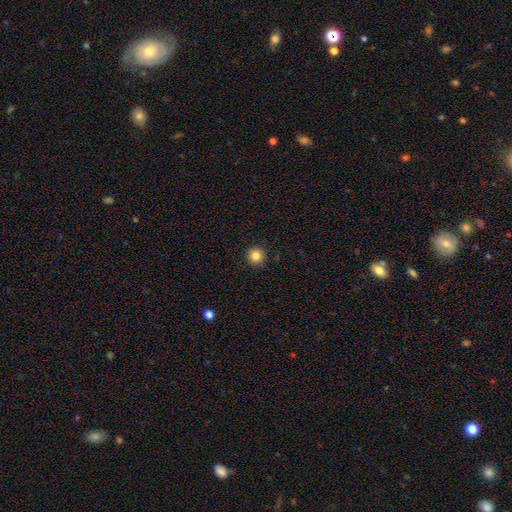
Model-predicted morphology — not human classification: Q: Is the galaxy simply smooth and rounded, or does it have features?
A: smooth — 84%.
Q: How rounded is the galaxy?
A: round — 96%.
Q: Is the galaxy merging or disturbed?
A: none — 93%.